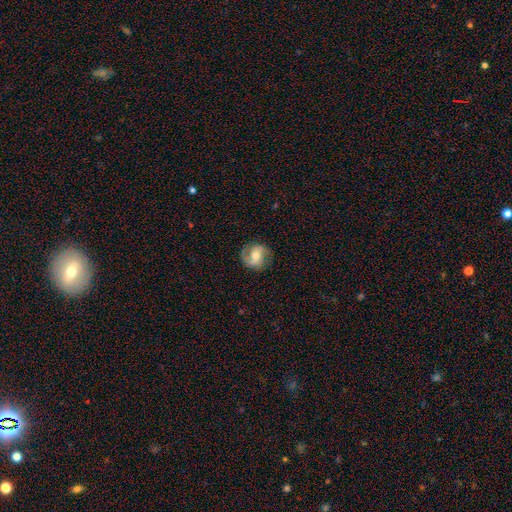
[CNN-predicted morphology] A featured or disk galaxy (74%) with a weak bar (41%), 2 (87%) medium (48%) spiral arms (93%) and a moderate central bulge (62%). Merging: none (81%).